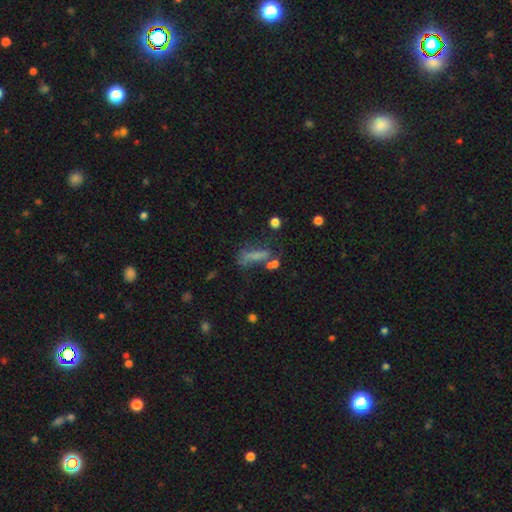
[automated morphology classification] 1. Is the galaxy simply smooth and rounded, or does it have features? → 59% smooth, 22% featured or disk, 19% star or artifact.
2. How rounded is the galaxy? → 59% cigar-shaped, 36% in between, 5% round.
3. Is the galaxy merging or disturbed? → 42% none, 21% minor disturbance, 20% major disturbance, 17% merger.